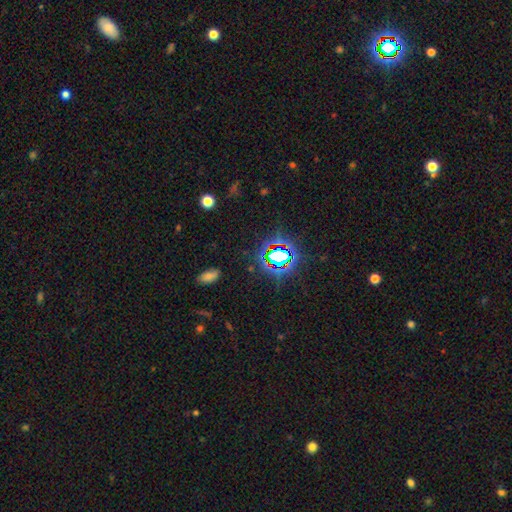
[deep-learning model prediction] A star or artifact, not a galaxy (72%).

Vote fractions:
- Smooth or featured? star or artifact: 72% / smooth: 19% / featured or disk: 9%